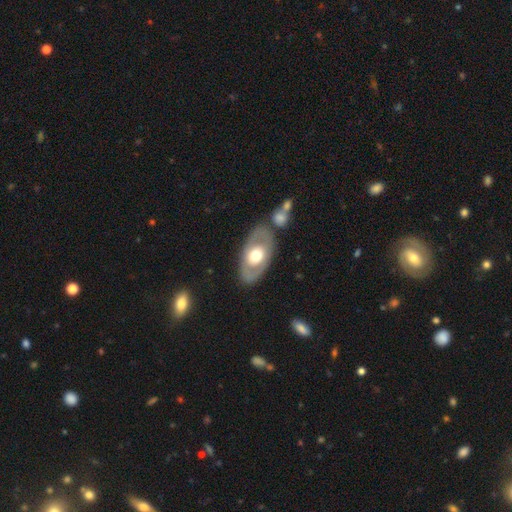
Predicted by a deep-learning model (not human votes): A featured or disk galaxy (55%). Merging: none (77%).